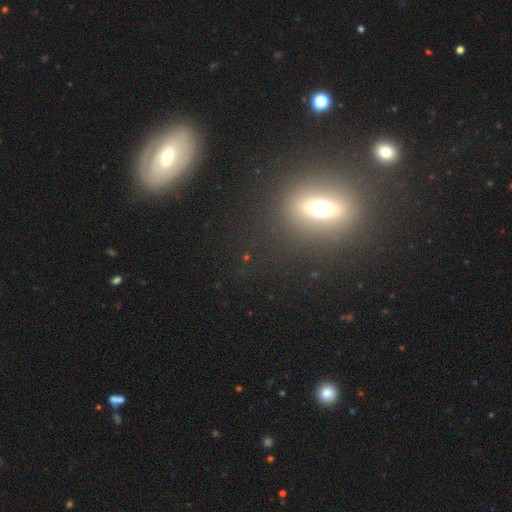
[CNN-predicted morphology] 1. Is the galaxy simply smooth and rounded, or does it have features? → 43% featured or disk, 30% smooth, 27% star or artifact.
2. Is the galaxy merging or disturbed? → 78% none, 11% minor disturbance, 6% major disturbance, 5% merger.